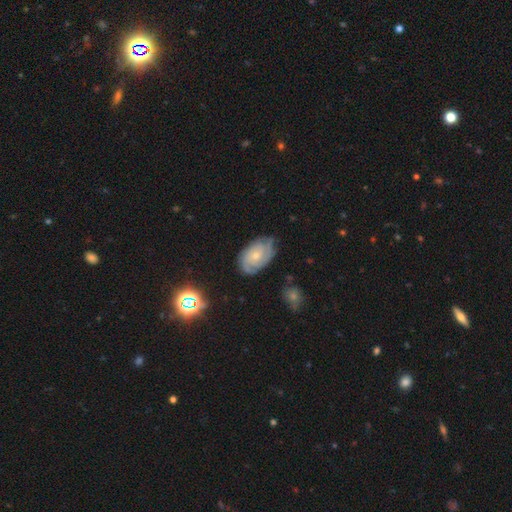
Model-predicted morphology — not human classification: A featured or disk galaxy (70%) with no bar (78%), tight (63%) spiral arms (90%) and a small central bulge (67%). Merging: none (69%).